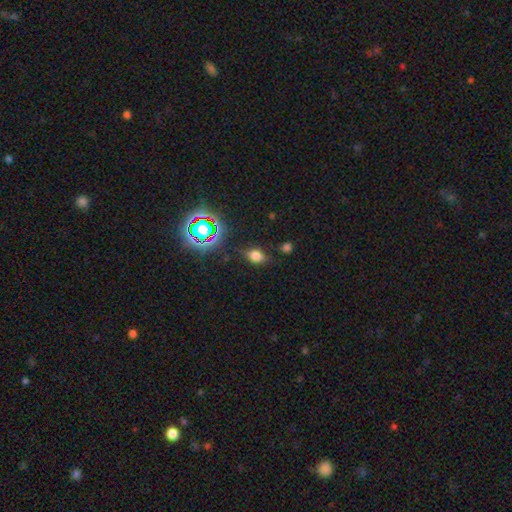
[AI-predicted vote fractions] Overall: smooth (63%). How rounded: in between (65%; round 32%). Merging: none (74%).